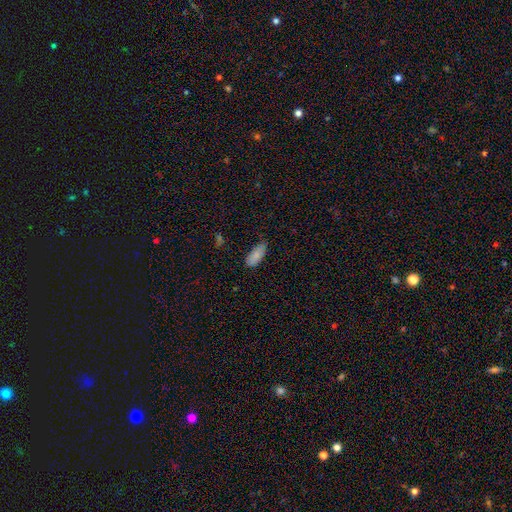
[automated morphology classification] Smooth or featured: smooth — 85% (featured or disk — 8%)
How rounded: in between — 85% (cigar-shaped — 14%)
Merging: none — 71% (minor disturbance — 24%)